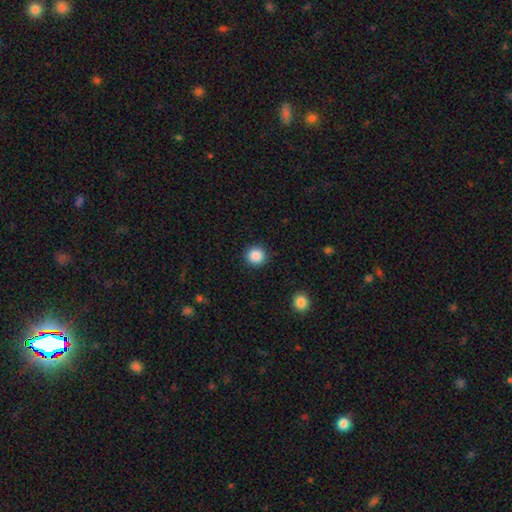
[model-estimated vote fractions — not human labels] Smooth or featured?
  - smooth: 87% *
  - star or artifact: 10%
  - featured or disk: 3%
How rounded?
  - round: 95% *
  - in between: 4%
  - cigar-shaped: 1%
Merging?
  - none: 91% *
  - minor disturbance: 6%
  - major disturbance: 2%
  - merger: 1%